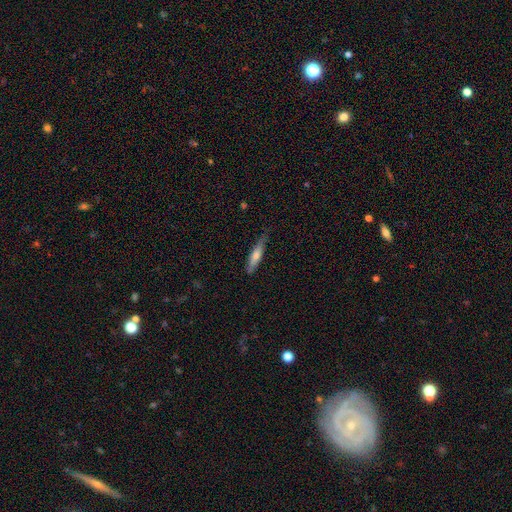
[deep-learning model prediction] smooth 60%, featured or disk 35%, star or artifact 6%. Down the decision tree: how rounded — cigar-shaped (81%); merging — none (72%).